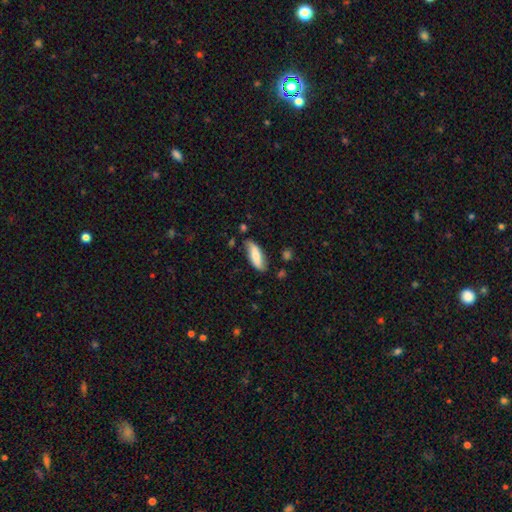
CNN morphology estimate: Q: Smooth or featured?
A: smooth (66%); runner-up: featured or disk (27%)
Q: How rounded?
A: in between (62%); runner-up: cigar-shaped (36%)
Q: Merging?
A: none (67%); runner-up: minor disturbance (24%)